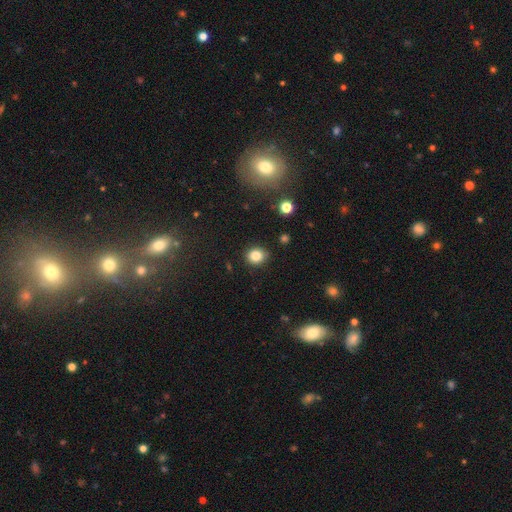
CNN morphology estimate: This appears to be a smooth galaxy with no disk features (83%) that is round (80%). Merging: none (87%).